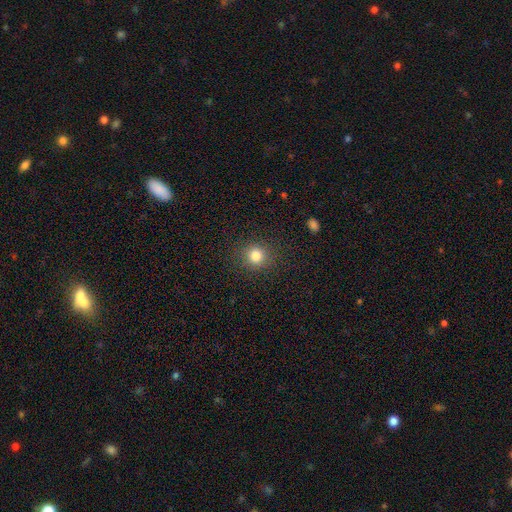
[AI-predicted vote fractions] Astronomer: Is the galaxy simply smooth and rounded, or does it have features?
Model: smooth — 82%.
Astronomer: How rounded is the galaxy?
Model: round — 89%.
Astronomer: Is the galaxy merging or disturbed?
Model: none — 89%.